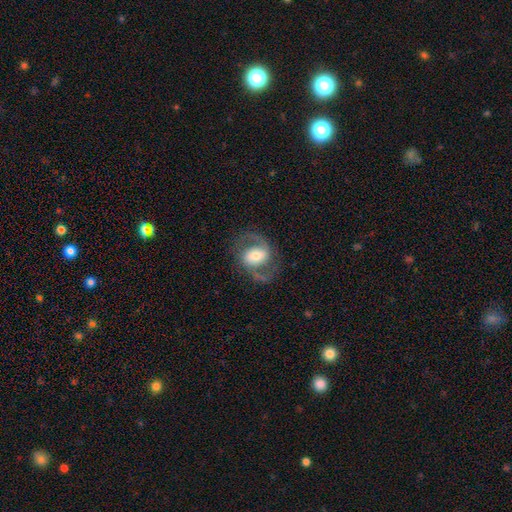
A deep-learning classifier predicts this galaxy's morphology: Smooth or featured? featured or disk (78%)
Edge-on disk? no (97%)
Bar? no (40%)
Spiral arms? yes (90%)
Spiral winding? medium (56%)
Spiral arm count? 2 (91%)
Bulge size? moderate (56%)
Merging? none (75%)